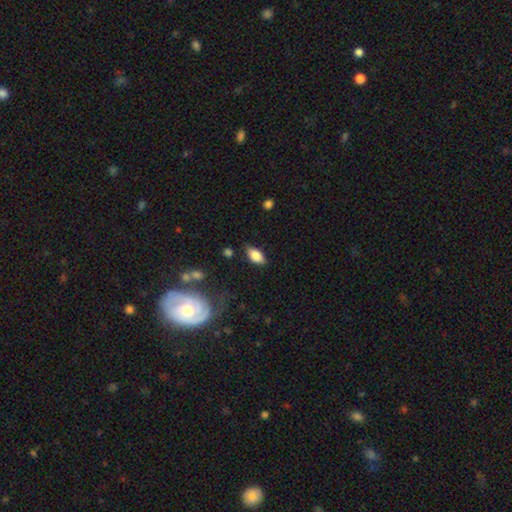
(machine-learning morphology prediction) Smooth or featured? Predicted: smooth (p=0.78). How rounded? Predicted: in between (p=0.89). Merging? Predicted: none (p=0.79).